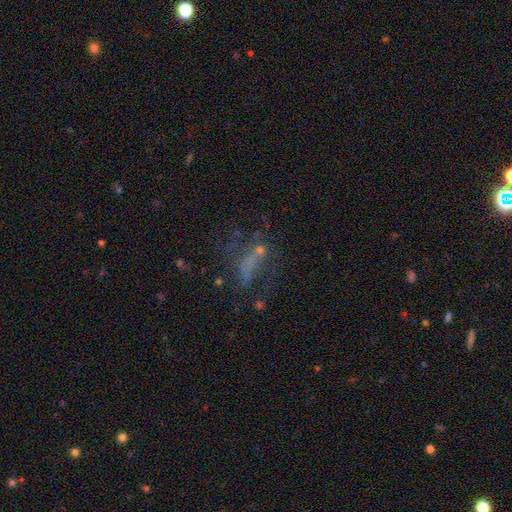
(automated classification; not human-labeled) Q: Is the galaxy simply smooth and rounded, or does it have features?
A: featured or disk — 38%.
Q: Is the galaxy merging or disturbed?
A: none — 40%.